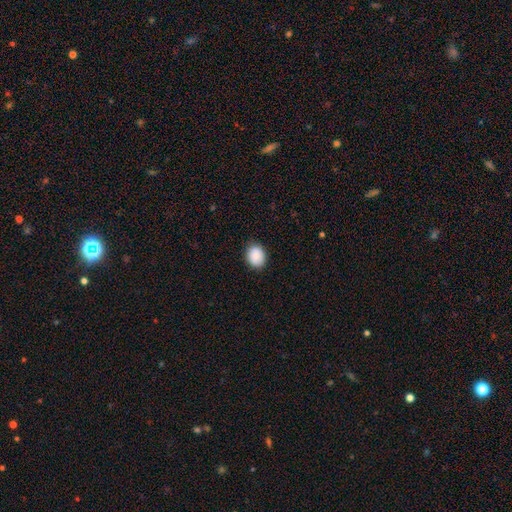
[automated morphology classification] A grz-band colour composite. It shows a smooth galaxy with no disk features (88%) that is in between round and cigar-shaped (50%). Merging: none (86%).